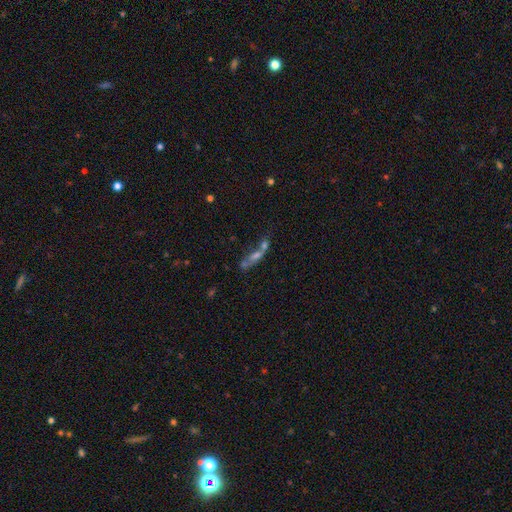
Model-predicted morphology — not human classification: Smooth or featured?
  - featured or disk: 43% *
  - smooth: 38%
  - star or artifact: 19%
Merging?
  - merger: 47% *
  - none: 28%
  - major disturbance: 13%
  - minor disturbance: 12%